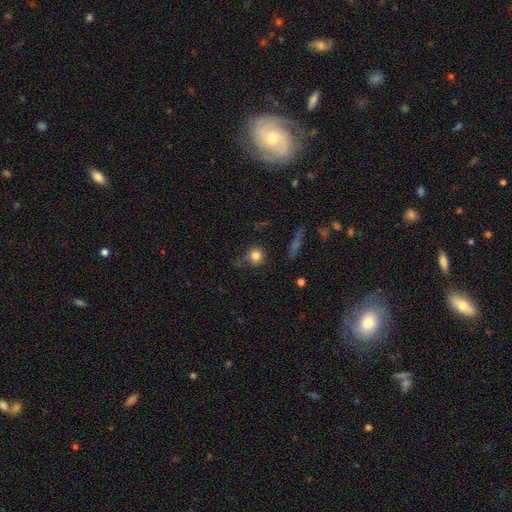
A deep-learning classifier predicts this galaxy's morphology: Smooth or featured? Predicted: smooth (p=0.82). How rounded? Predicted: round (p=0.90). Merging? Predicted: none (p=0.69).